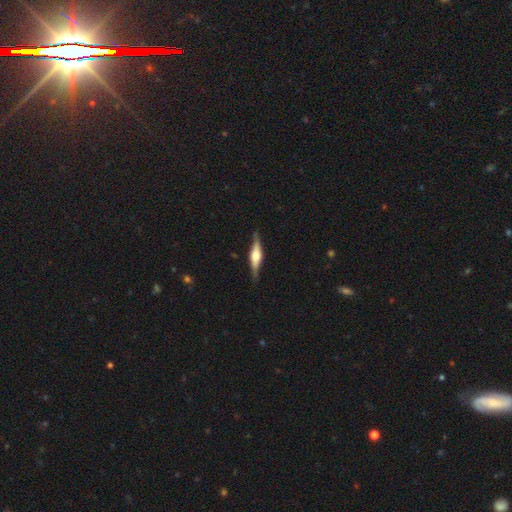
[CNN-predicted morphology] Smooth or featured? featured or disk (73%)
Edge-on disk? yes (96%)
Edge-on bulge? rounded (84%)
Merging? none (85%)